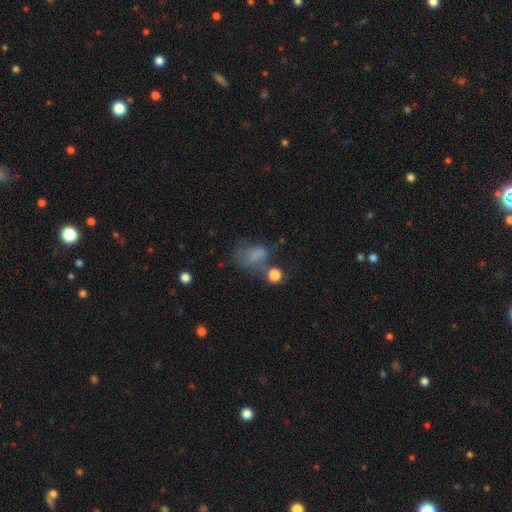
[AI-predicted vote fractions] A smooth galaxy with no disk features (59%) that is in between round and cigar-shaped (68%). Merging: major disturbance (33%).